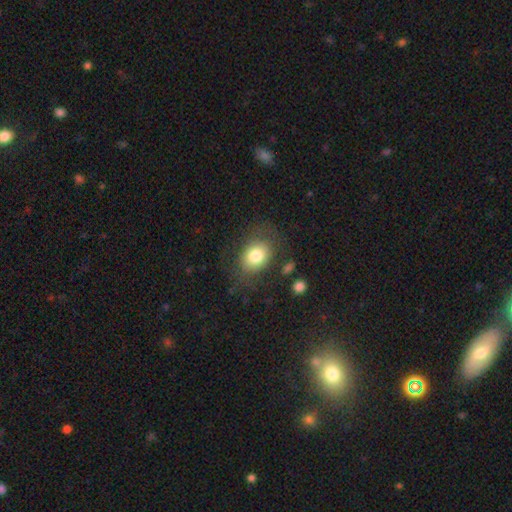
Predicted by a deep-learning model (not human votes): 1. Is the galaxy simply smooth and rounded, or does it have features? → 79% smooth, 12% featured or disk, 9% star or artifact.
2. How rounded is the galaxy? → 63% in between, 36% round, 1% cigar-shaped.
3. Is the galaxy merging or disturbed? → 71% none, 17% minor disturbance, 9% major disturbance, 3% merger.